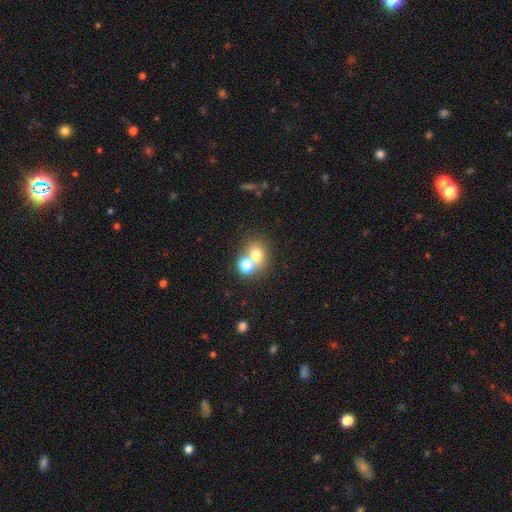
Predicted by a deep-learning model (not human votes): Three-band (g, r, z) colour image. It shows a smooth galaxy with no disk features (70%) that is round (64%). Merging: merger (46%).